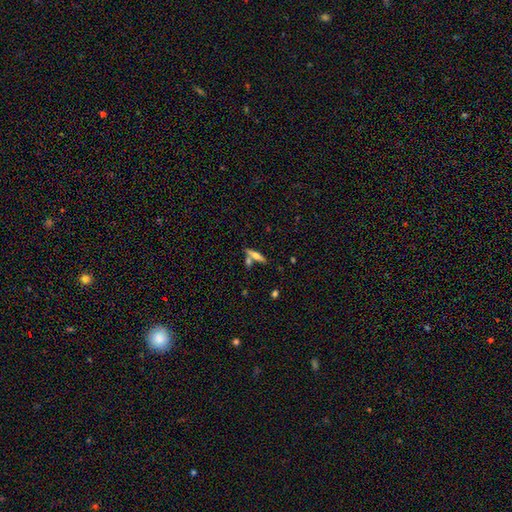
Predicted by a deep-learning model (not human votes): smooth-or-featured: smooth: 47% | featured or disk: 45% | star or artifact: 8%
  merging: none: 62% | merger: 24% | minor disturbance: 10% | major disturbance: 4%